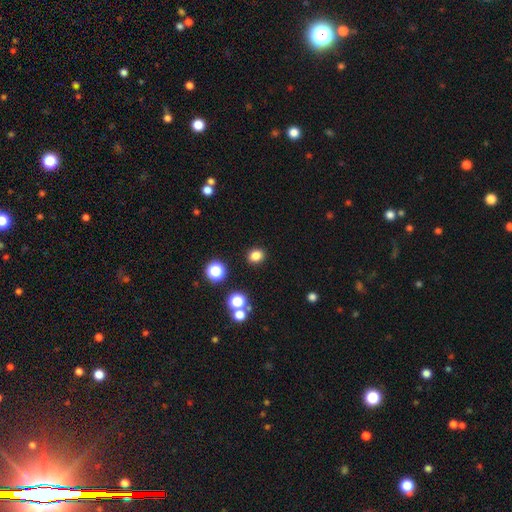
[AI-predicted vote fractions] smooth 82%, star or artifact 14%, featured or disk 4%. Down the decision tree: how rounded — round (62%); merging — none (89%).